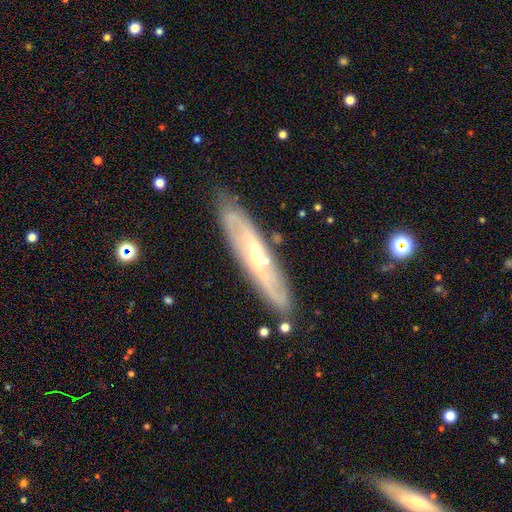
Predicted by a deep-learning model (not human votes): Overall: featured or disk (74%). Edge-on disk: no (59%; yes 41%). Merging: none (83%).